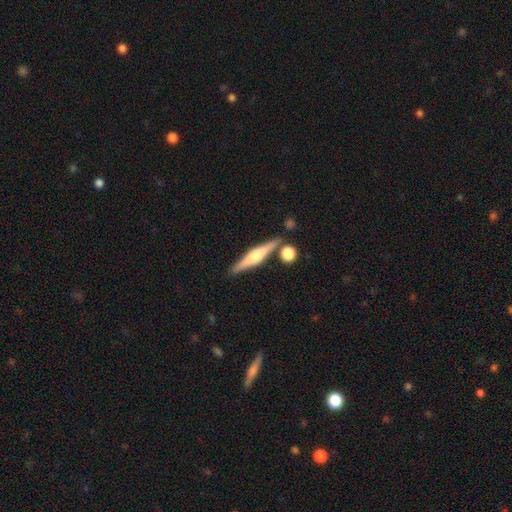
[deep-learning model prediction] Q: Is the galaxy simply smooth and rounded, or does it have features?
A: featured or disk — 68%.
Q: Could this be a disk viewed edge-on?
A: yes — 97%.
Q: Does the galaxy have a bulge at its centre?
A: rounded — 84%.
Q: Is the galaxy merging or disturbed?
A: none — 83%.